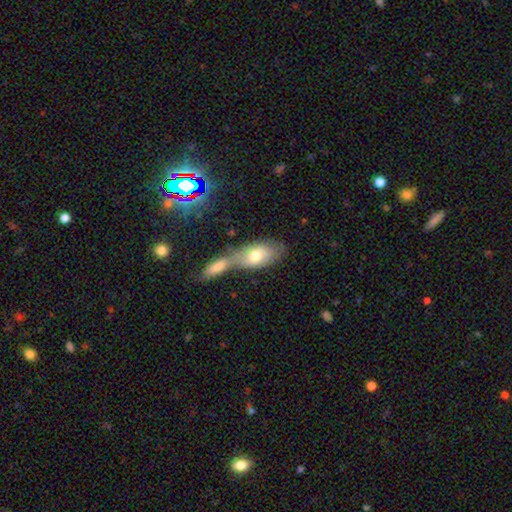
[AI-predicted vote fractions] smooth-or-featured: smooth: 69% | featured or disk: 23% | star or artifact: 7%
  how-rounded: in between: 87% | cigar-shaped: 8% | round: 5%
  merging: merger: 54% | none: 32% | minor disturbance: 10% | major disturbance: 4%